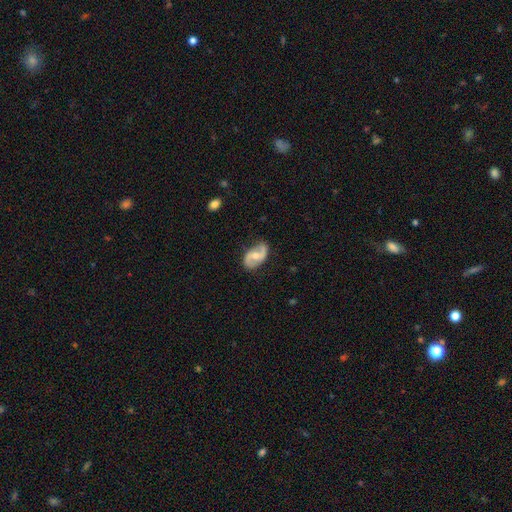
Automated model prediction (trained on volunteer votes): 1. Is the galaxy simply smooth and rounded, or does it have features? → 75% featured or disk, 19% smooth, 5% star or artifact.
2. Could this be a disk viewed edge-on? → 96% no, 4% yes.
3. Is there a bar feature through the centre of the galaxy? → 50% no, 39% weak, 12% strong.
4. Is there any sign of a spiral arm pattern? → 89% yes, 11% no.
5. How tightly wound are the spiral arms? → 48% loose, 38% medium, 15% tight.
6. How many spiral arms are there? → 89% 2, 5% can't tell, 3% 1, 1% 3, 1% 4, 1% more than 4.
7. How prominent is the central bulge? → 65% moderate, 30% small, 3% large, 2% none, 1% dominant.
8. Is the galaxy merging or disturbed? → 72% none, 21% minor disturbance, 6% major disturbance, 2% merger.